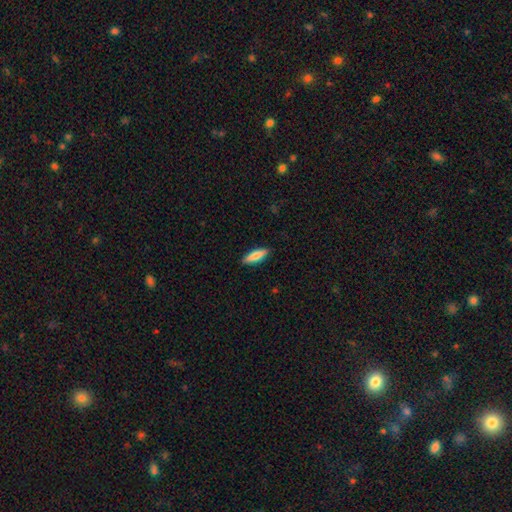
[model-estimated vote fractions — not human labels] Smooth or featured? smooth (82%)
How rounded? cigar-shaped (55%)
Merging? none (89%)